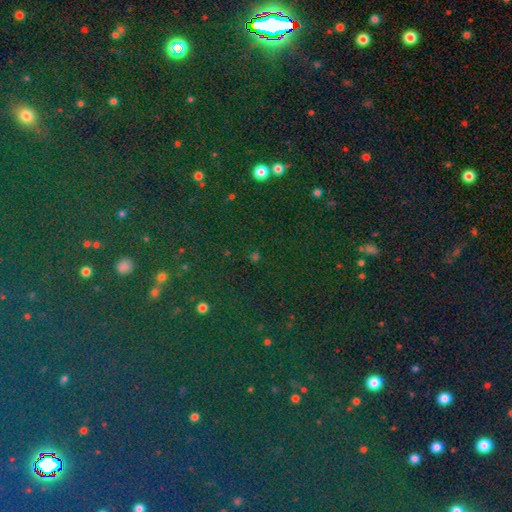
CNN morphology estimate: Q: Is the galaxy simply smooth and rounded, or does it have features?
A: star or artifact — 78%.